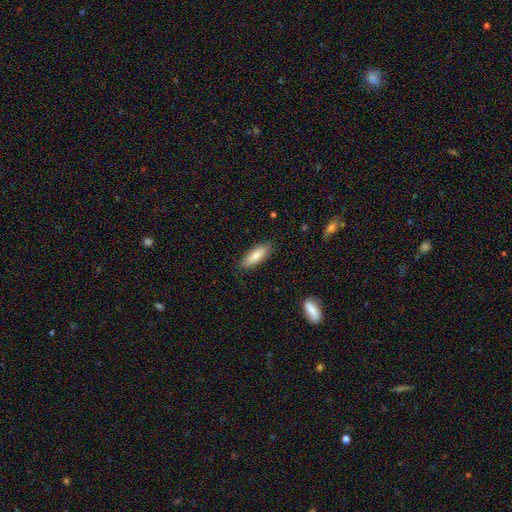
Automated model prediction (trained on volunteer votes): This is likely a smooth galaxy (78%). How rounded: likely in between (61%). Merging: clearly none (86%).